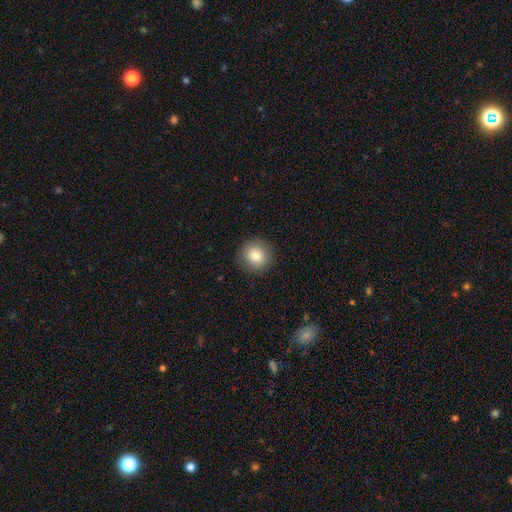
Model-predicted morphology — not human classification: This appears to be a smooth galaxy with no disk features (83%) that is round (92%). Merging: none (90%).